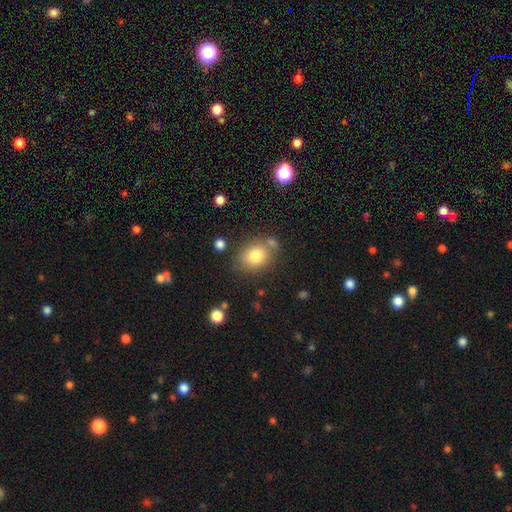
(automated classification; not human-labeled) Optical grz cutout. It shows a smooth galaxy with no disk features (80%) that is round (50%). Merging: none (67%).